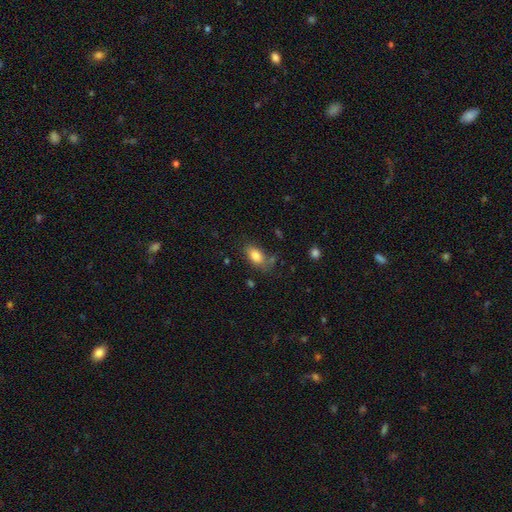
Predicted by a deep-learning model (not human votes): Smooth or featured? smooth (83%)
How rounded? in between (89%)
Merging? none (67%)